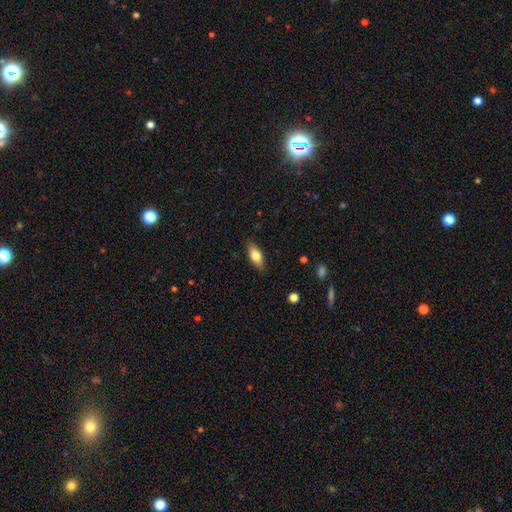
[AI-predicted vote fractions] Smooth or featured: smooth — 77% (featured or disk — 16%)
How rounded: in between — 84% (cigar-shaped — 13%)
Merging: none — 86% (minor disturbance — 11%)